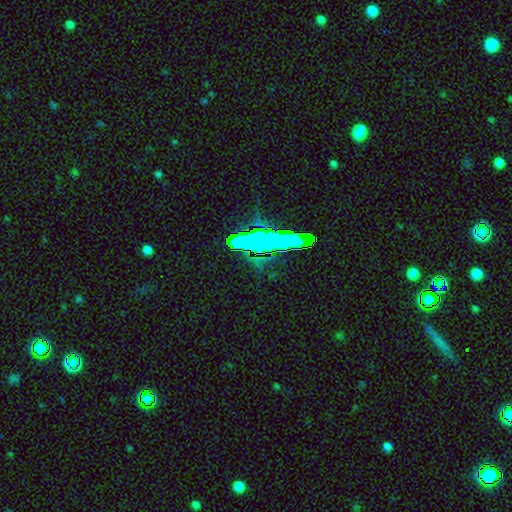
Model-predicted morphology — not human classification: Smooth or featured? star or artifact (47%)